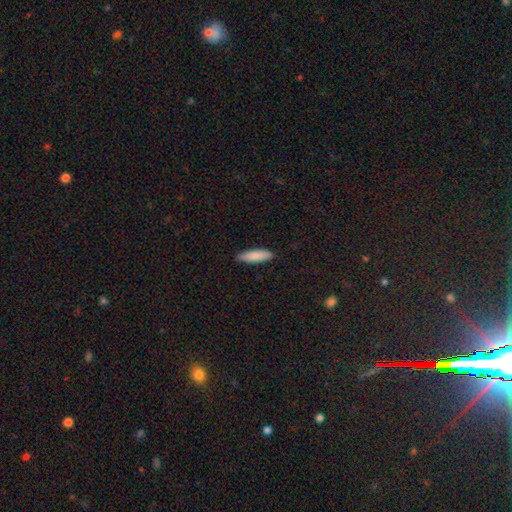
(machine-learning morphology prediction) smooth-or-featured: smooth: 87% | featured or disk: 8% | star or artifact: 6%
  how-rounded: cigar-shaped: 63% | in between: 36% | round: 2%
  merging: none: 89% | minor disturbance: 9% | major disturbance: 2% | merger: 1%